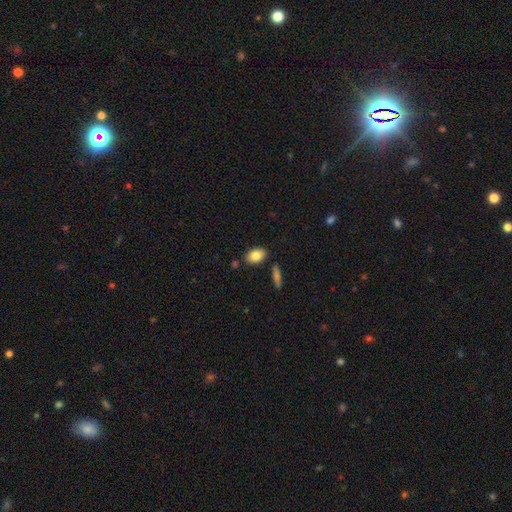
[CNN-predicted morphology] Smooth or featured? smooth (84%)
How rounded? in between (87%)
Merging? none (83%)